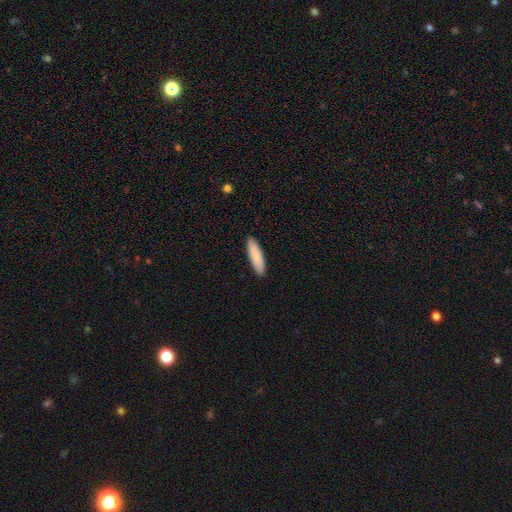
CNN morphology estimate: smooth_or_featured: smooth (p=0.88) [alt: featured or disk p=0.07]
how_rounded: cigar-shaped (p=0.64) [alt: in between p=0.35]
merging: none (p=0.91) [alt: minor disturbance p=0.06]